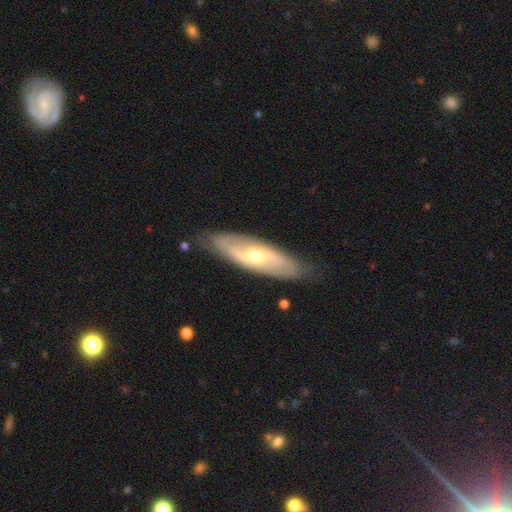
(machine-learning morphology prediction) The model was most divided on "bar": no: 46%, weak: 37%, strong: 17%. More confident: merging — none (81%); edge-on disk — no (78%); smooth or featured — featured or disk (69%); spiral arms — yes (68%); bulge size — moderate (57%).